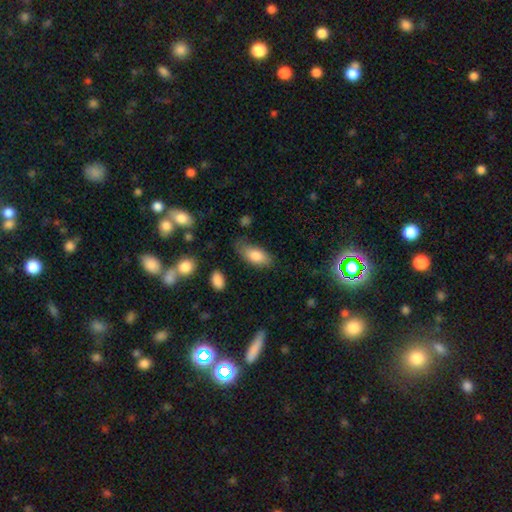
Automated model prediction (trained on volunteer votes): Smooth or featured? Predicted: smooth (p=0.82). How rounded? Predicted: in between (p=0.89). Merging? Predicted: none (p=0.65).